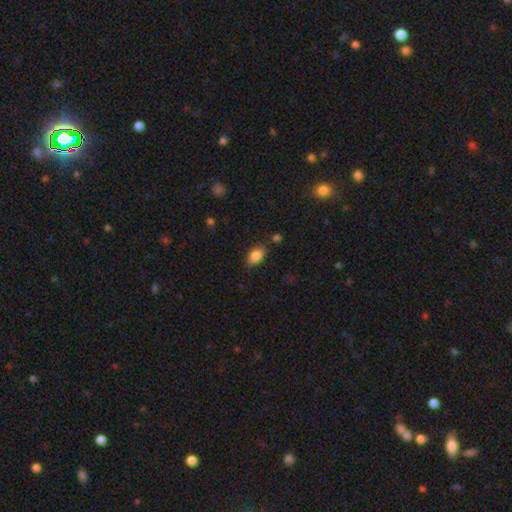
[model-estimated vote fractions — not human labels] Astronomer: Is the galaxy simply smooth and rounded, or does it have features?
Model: smooth — 85%.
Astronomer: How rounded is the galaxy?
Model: in between — 86%.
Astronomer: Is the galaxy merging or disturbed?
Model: none — 77%.